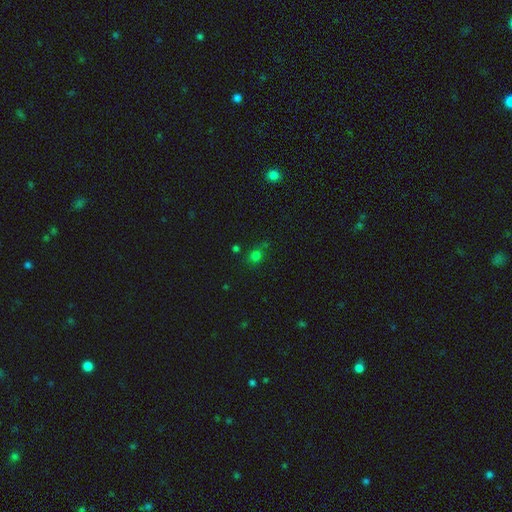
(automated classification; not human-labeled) Overall: smooth (71%). How rounded: round (77%). Merging: none (75%).